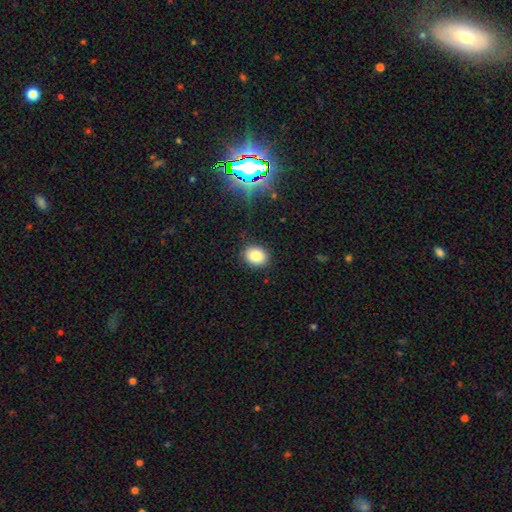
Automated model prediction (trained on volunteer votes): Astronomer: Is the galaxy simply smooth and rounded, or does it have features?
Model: smooth — 82%.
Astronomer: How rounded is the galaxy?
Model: round — 51% (runner-up: in between, 48%).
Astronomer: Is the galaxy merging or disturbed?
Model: none — 89%.